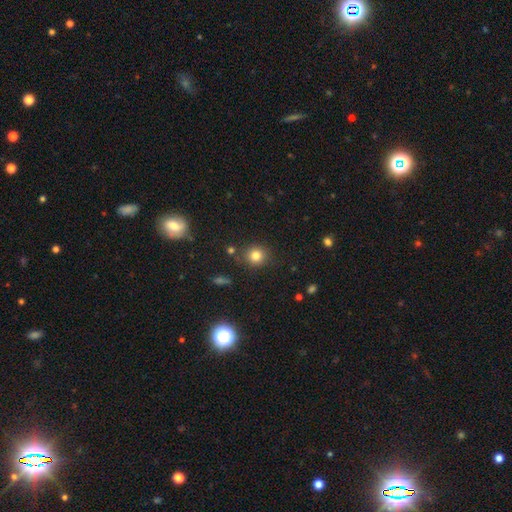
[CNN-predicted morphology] smooth_or_featured: smooth (p=0.80) [alt: star or artifact p=0.13]
how_rounded: round (p=0.87) [alt: in between p=0.12]
merging: none (p=0.84) [alt: minor disturbance p=0.09]